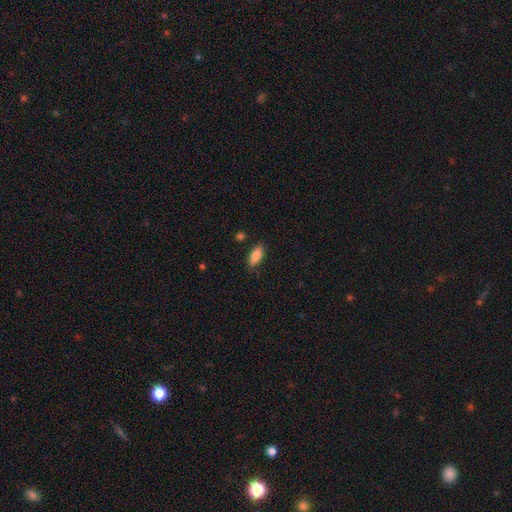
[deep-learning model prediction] Smooth or featured? Predicted: smooth (p=0.84). How rounded? Predicted: in between (p=0.82). Merging? Predicted: none (p=0.81).